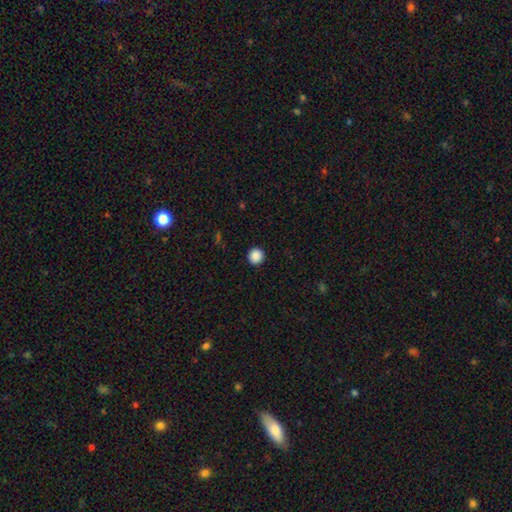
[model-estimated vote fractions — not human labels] smooth_or_featured: smooth (p=0.88) [alt: star or artifact p=0.09]
how_rounded: round (p=0.95) [alt: in between p=0.04]
merging: none (p=0.93) [alt: minor disturbance p=0.04]